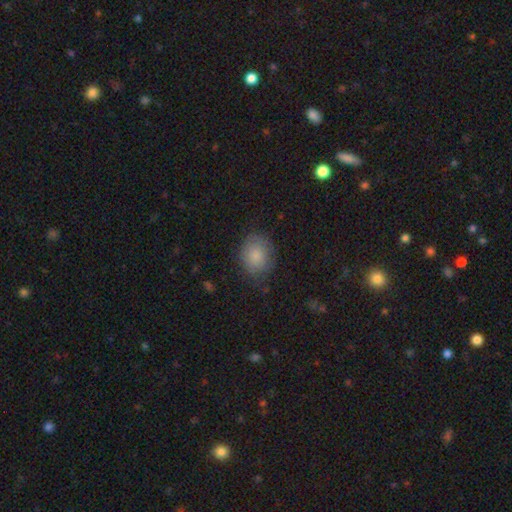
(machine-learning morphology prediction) type=smooth (82%); roundness=round (59%); merging=none (70%).